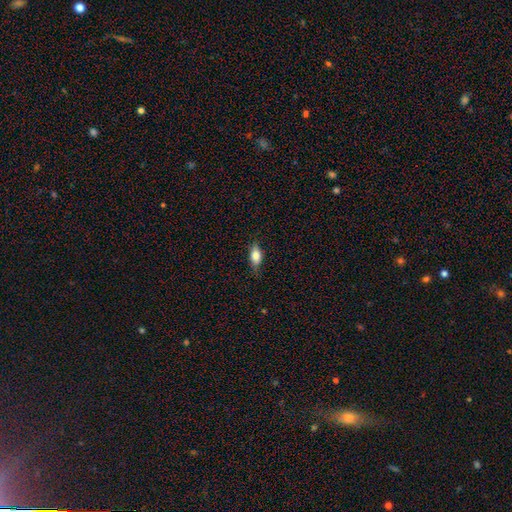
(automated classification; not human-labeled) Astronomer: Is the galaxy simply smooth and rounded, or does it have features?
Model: smooth — 76%.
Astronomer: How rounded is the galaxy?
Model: in between — 81%.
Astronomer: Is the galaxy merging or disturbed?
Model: none — 79%.